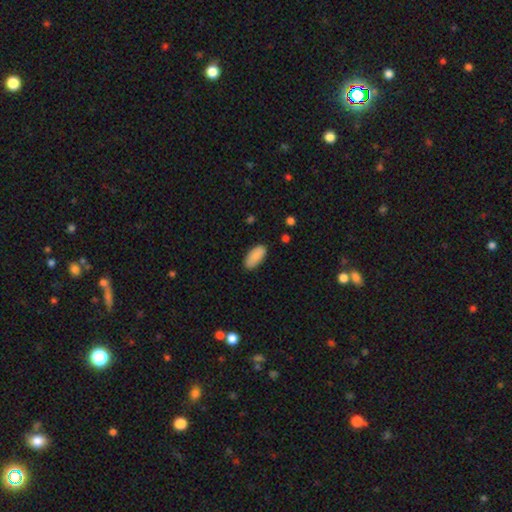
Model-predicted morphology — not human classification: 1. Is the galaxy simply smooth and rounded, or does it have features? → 89% smooth, 6% star or artifact, 5% featured or disk.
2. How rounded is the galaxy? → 91% in between, 7% cigar-shaped, 2% round.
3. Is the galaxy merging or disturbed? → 85% none, 12% minor disturbance, 2% major disturbance, 1% merger.